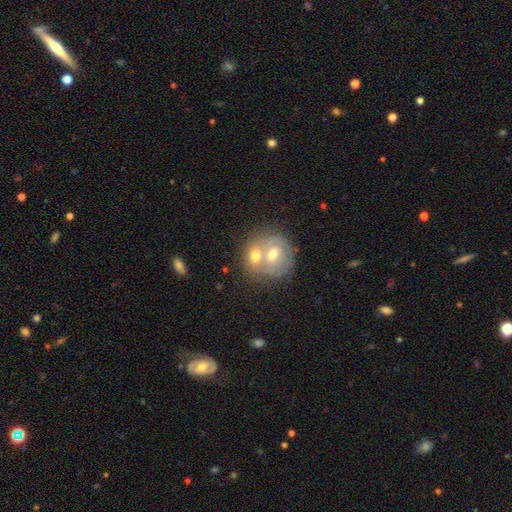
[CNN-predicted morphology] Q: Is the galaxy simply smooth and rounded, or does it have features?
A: smooth — 56%.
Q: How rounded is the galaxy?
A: round — 70%.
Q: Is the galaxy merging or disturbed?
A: merger — 65%.